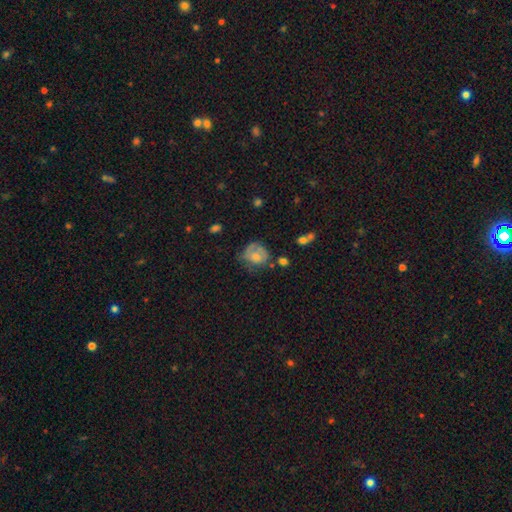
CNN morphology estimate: smooth 52%, featured or disk 39%, star or artifact 8%. Down the decision tree: how rounded — round (61%); merging — none (41%).